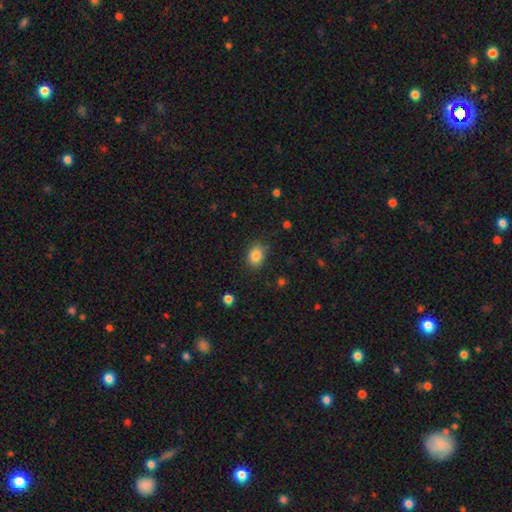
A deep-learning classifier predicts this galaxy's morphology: type=smooth (85%); roundness=in between (63%); merging=none (84%).